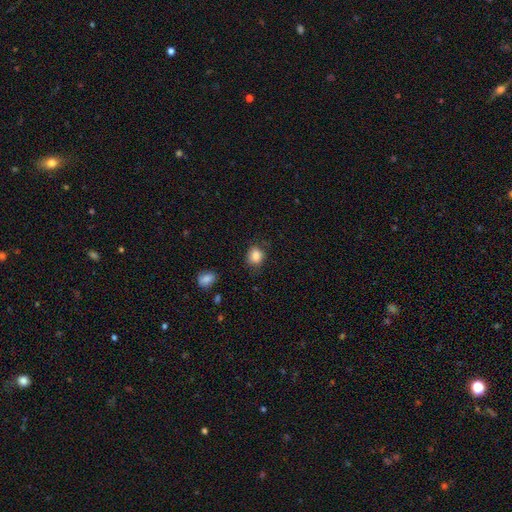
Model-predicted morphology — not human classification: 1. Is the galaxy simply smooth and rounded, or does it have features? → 85% smooth, 10% star or artifact, 5% featured or disk.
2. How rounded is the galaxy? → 64% round, 35% in between, 1% cigar-shaped.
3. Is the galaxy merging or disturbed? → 71% none, 22% minor disturbance, 6% major disturbance, 2% merger.